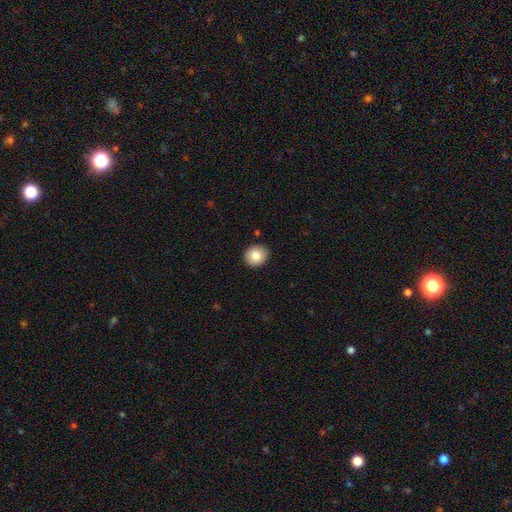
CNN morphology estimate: The model was most divided on "how rounded": round: 85%, in between: 14%, cigar-shaped: 1%. More confident: merging — none (91%); smooth or featured — smooth (82%).